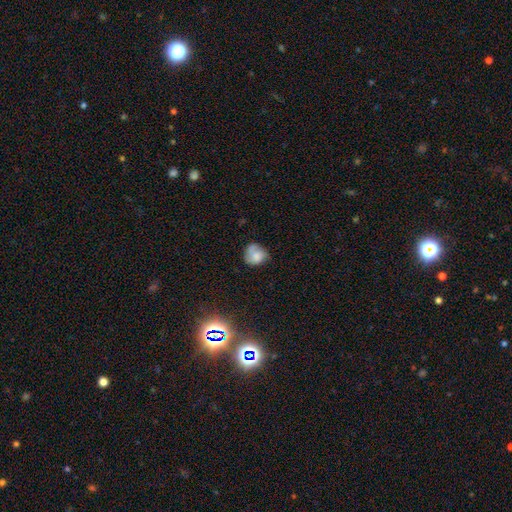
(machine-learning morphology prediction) Smooth or featured: smooth — 65% (featured or disk — 25%)
How rounded: round — 70% (in between — 29%)
Merging: none — 51% (minor disturbance — 31%)